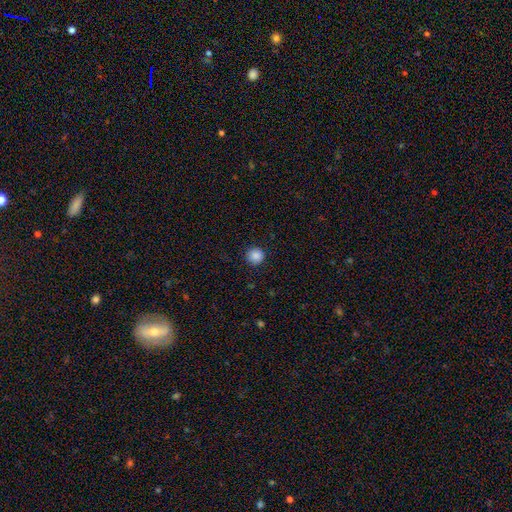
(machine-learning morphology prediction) Overall: smooth (88%). How rounded: round (95%). Merging: none (92%).